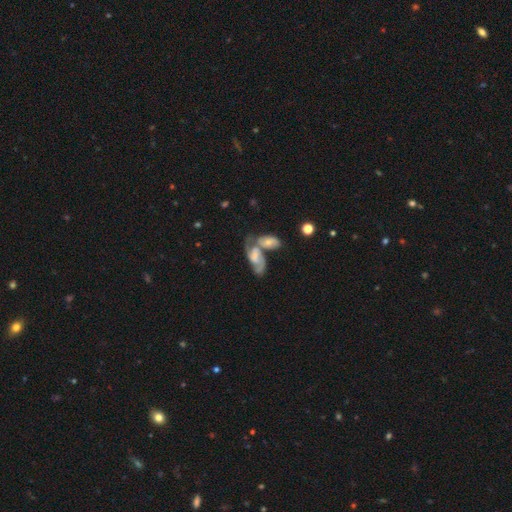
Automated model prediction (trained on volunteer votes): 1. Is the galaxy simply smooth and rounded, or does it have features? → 67% featured or disk, 25% smooth, 7% star or artifact.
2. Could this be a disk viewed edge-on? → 93% no, 7% yes.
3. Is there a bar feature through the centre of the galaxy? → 52% no, 36% weak, 12% strong.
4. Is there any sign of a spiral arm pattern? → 89% yes, 11% no.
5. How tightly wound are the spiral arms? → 47% medium, 28% loose, 25% tight.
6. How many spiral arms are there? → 78% 2, 11% can't tell, 6% 1, 3% 3, 1% 4, 1% more than 4.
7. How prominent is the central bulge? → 31% small, 29% moderate, 22% none, 15% large, 3% dominant.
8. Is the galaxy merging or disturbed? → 55% merger, 24% none, 11% minor disturbance, 10% major disturbance.